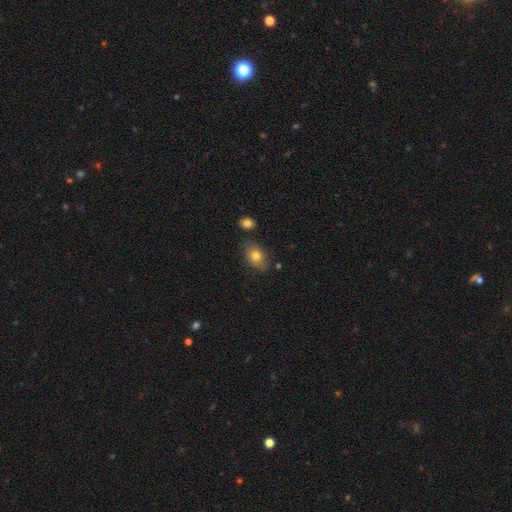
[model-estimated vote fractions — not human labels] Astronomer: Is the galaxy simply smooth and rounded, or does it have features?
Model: smooth — 77%.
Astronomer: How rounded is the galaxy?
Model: in between — 83%.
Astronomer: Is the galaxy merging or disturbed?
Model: none — 76%.